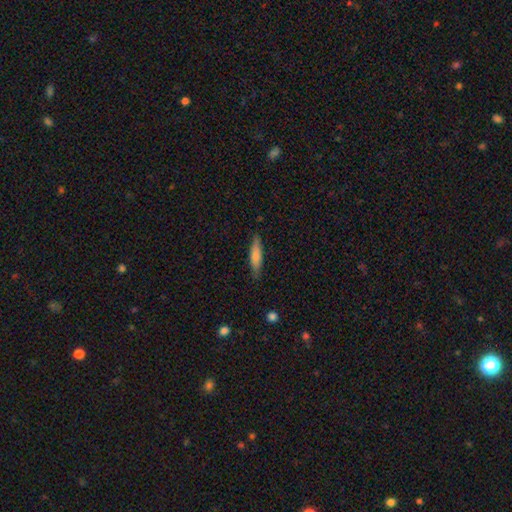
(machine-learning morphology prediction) Smooth or featured? smooth (74%)
How rounded? cigar-shaped (73%)
Merging? none (84%)